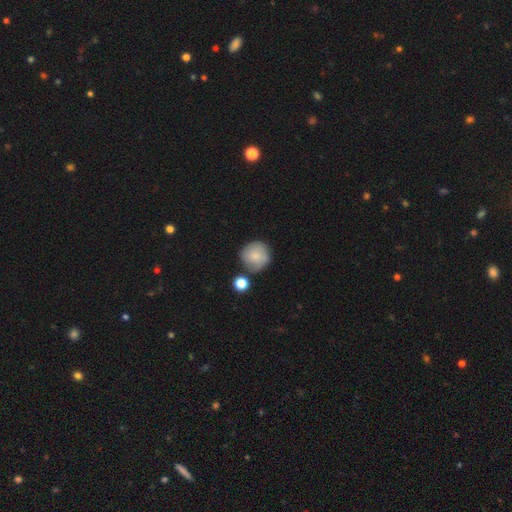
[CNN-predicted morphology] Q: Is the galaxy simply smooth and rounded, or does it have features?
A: smooth — 81%.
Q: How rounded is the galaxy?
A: round — 93%.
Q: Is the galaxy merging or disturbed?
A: none — 71%.